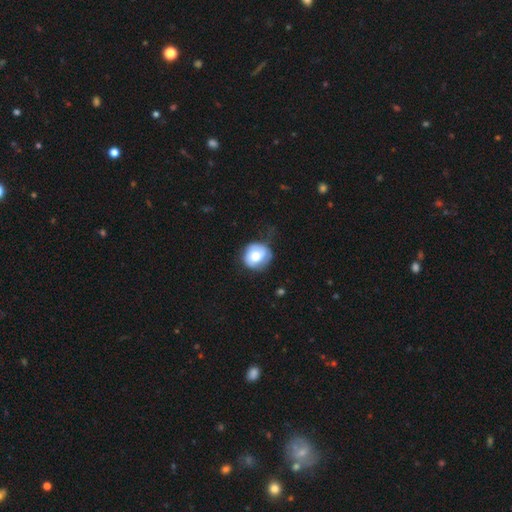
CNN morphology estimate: Overall: smooth (62%; featured or disk 30%). How rounded: round (80%). Merging: none (58%; minor disturbance 29%).